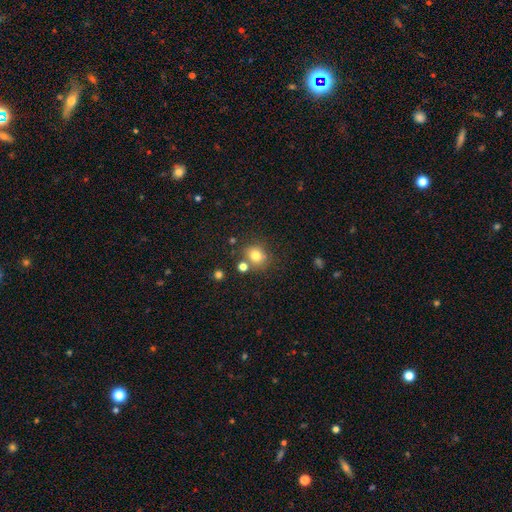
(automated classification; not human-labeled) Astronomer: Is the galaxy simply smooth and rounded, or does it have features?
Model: smooth — 78%.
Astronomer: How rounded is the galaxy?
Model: round — 75%.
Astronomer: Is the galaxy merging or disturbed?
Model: none — 71%.